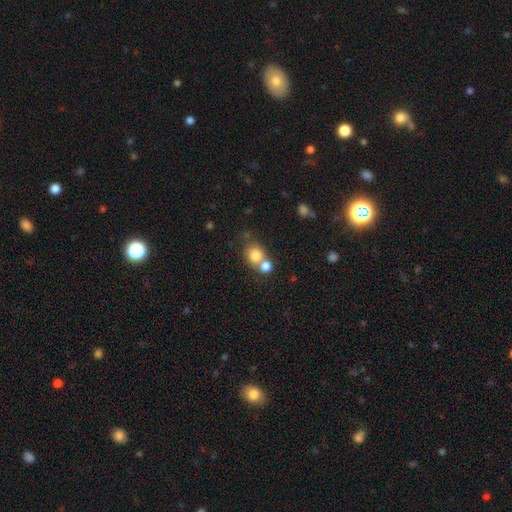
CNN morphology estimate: smooth 79%, star or artifact 11%, featured or disk 10%. Down the decision tree: how rounded — round (77%); merging — none (47%).